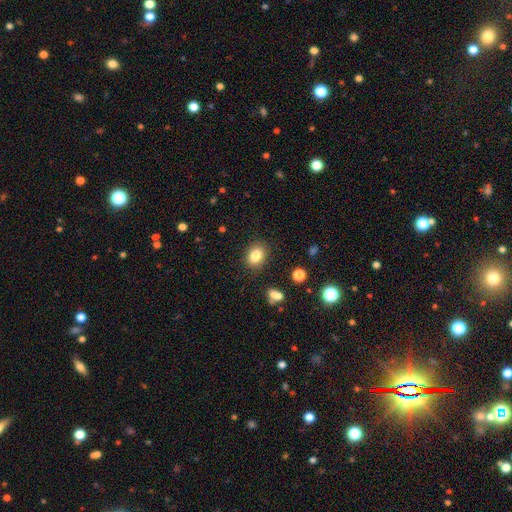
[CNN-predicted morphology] Overall: smooth (84%). How rounded: in between (61%; round 38%). Merging: none (85%).